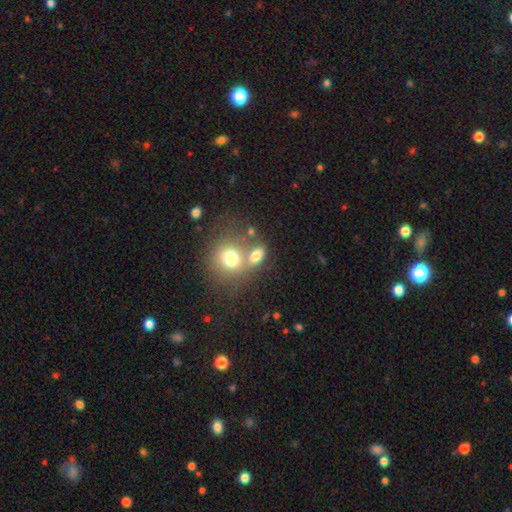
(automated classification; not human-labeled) This is likely a smooth galaxy (74%). How rounded: likely in between (61%). Merging: marginally merger (45%).